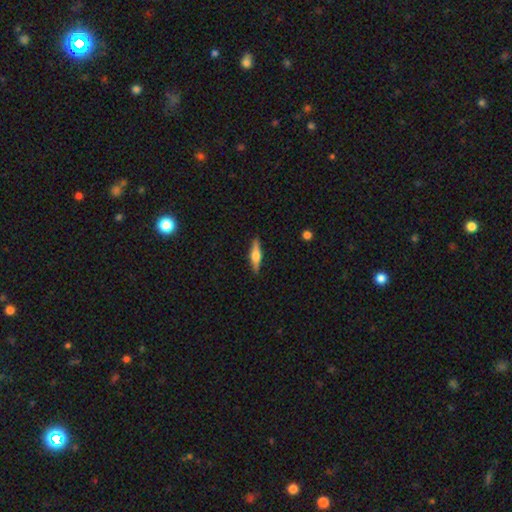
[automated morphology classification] Q: Smooth or featured?
A: featured or disk (54%); runner-up: smooth (39%)
Q: Edge-on disk?
A: yes (95%); runner-up: no (5%)
Q: Edge-on bulge?
A: rounded (90%); runner-up: boxy (7%)
Q: Merging?
A: none (89%); runner-up: minor disturbance (8%)